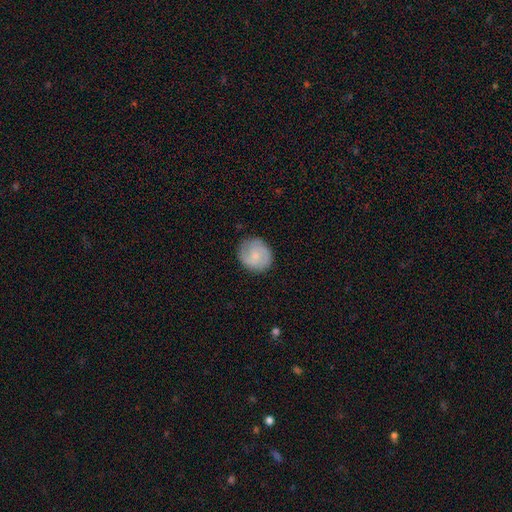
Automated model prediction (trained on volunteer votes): Smooth or featured? featured or disk (58%)
Edge-on disk? no (98%)
Bar? no (68%)
Spiral arms? yes (93%)
Spiral winding? tight (45%)
Spiral arm count? 2 (48%)
Bulge size? small (65%)
Merging? none (85%)